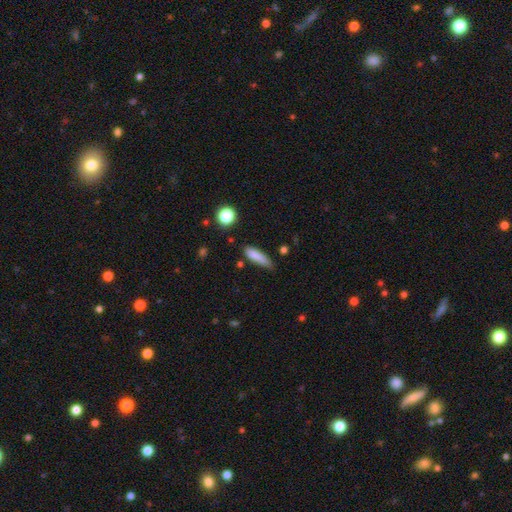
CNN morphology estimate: Smooth or featured? smooth (81%)
How rounded? cigar-shaped (66%)
Merging? none (58%)